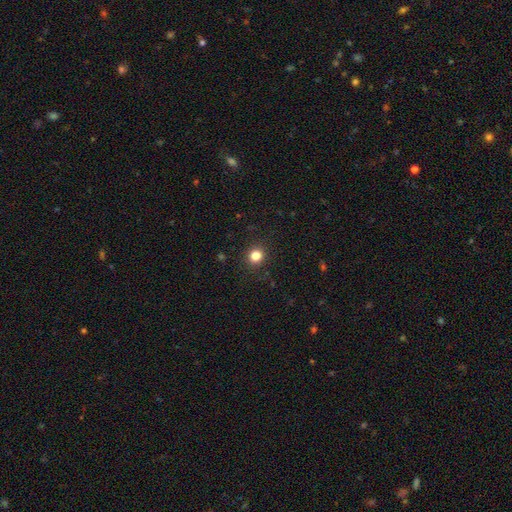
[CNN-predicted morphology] type=smooth (82%); roundness=round (87%); merging=none (91%).